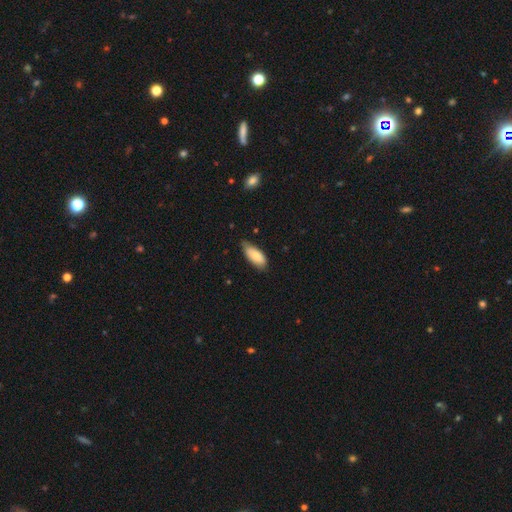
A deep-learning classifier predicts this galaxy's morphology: A smooth galaxy with no disk features (80%) that is in between round and cigar-shaped (86%).

Vote fractions:
- Smooth or featured? smooth: 80% / featured or disk: 14% / star or artifact: 6%
- How rounded? in between: 86% / cigar-shaped: 12% / round: 2%
- Merging? none: 65% / minor disturbance: 30% / major disturbance: 4% / merger: 1%